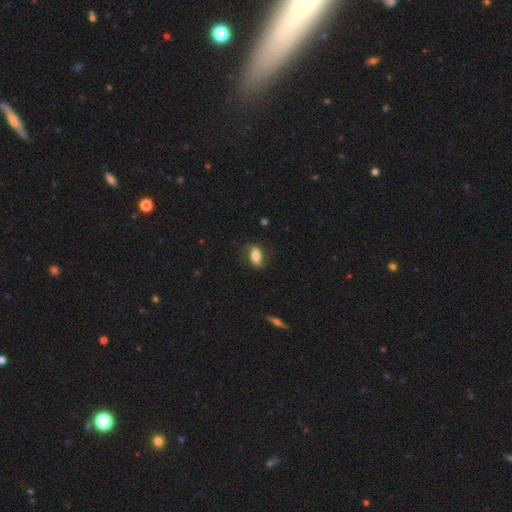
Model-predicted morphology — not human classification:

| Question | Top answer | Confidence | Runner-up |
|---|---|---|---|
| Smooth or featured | smooth | 61% | featured or disk (32%) |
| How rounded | in between | 87% | round (8%) |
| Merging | none | 71% | minor disturbance (20%) |